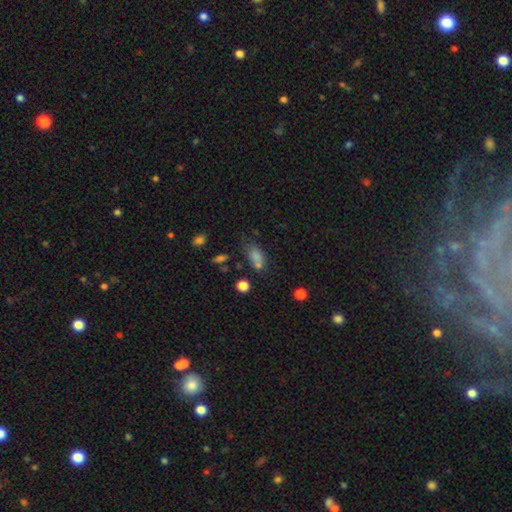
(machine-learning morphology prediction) A smooth galaxy with no disk features (76%) that is in between round and cigar-shaped (83%). Merging: none (51%).